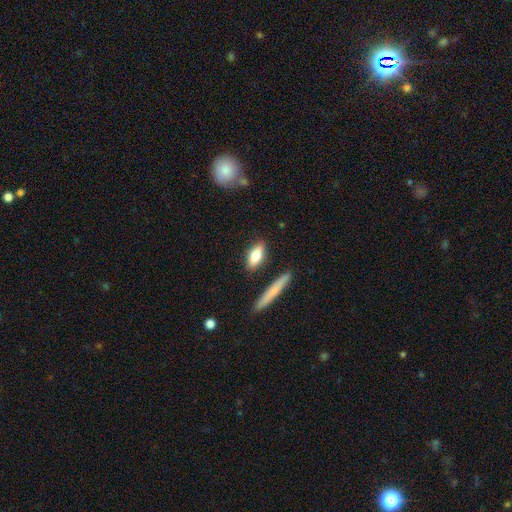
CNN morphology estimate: Smooth or featured? Predicted: smooth (p=0.77). How rounded? Predicted: in between (p=0.73). Merging? Predicted: none (p=0.84).